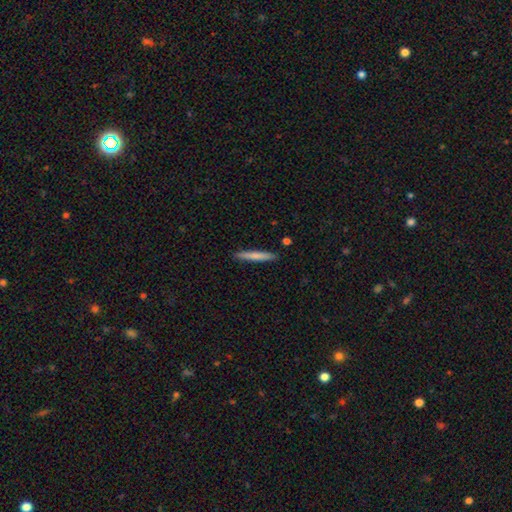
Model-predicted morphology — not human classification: Q: Smooth or featured?
A: smooth (70%); runner-up: featured or disk (24%)
Q: How rounded?
A: cigar-shaped (95%); runner-up: in between (4%)
Q: Merging?
A: none (90%); runner-up: minor disturbance (7%)